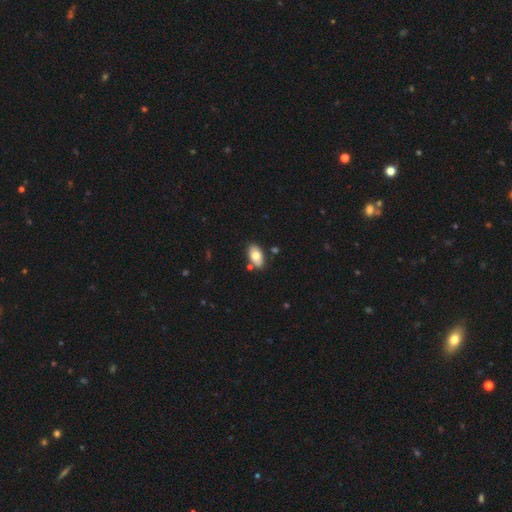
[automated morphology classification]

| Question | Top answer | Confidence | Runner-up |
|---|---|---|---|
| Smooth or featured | smooth | 71% | featured or disk (23%) |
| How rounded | in between | 93% | round (5%) |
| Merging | none | 79% | minor disturbance (12%) |